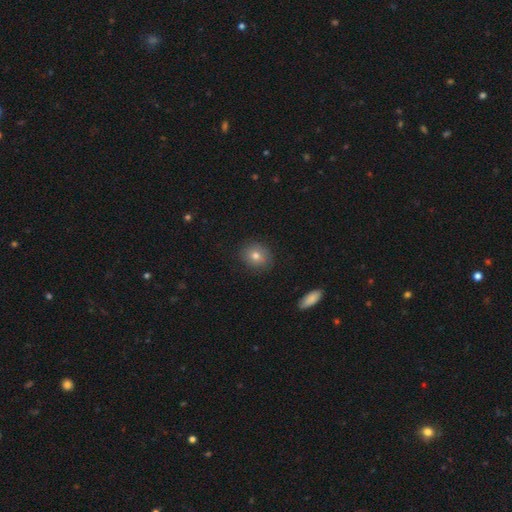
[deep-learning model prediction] Smooth or featured: smooth — 78% (featured or disk — 12%)
How rounded: round — 75% (in between — 24%)
Merging: none — 87% (minor disturbance — 10%)